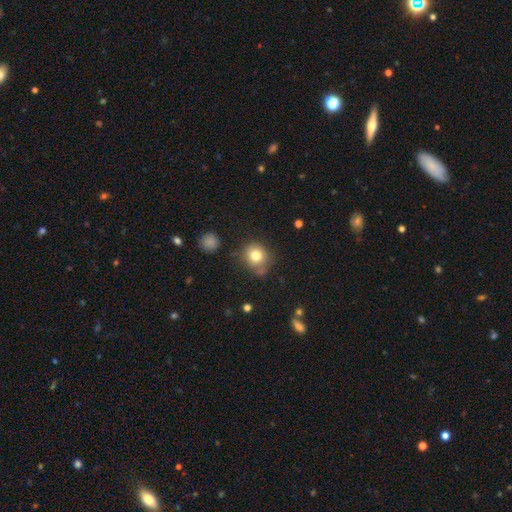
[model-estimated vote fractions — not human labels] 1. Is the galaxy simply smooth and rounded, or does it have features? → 79% smooth, 12% star or artifact, 9% featured or disk.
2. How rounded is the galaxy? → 83% round, 16% in between, 1% cigar-shaped.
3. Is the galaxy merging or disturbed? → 72% none, 16% minor disturbance, 7% merger, 5% major disturbance.